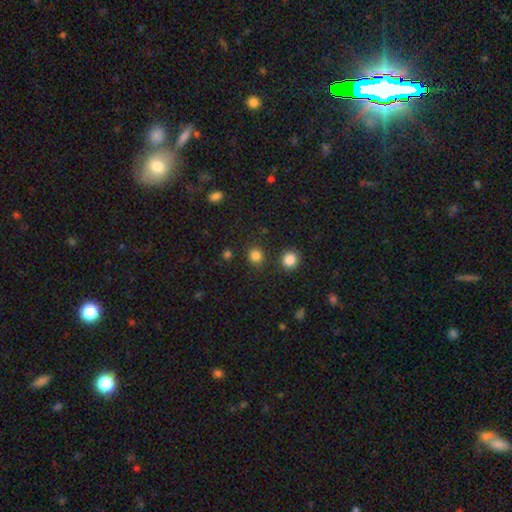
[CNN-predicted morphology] The model was most divided on "smooth or featured": smooth: 83%, star or artifact: 13%, featured or disk: 3%. More confident: how rounded — round (89%); merging — none (87%).